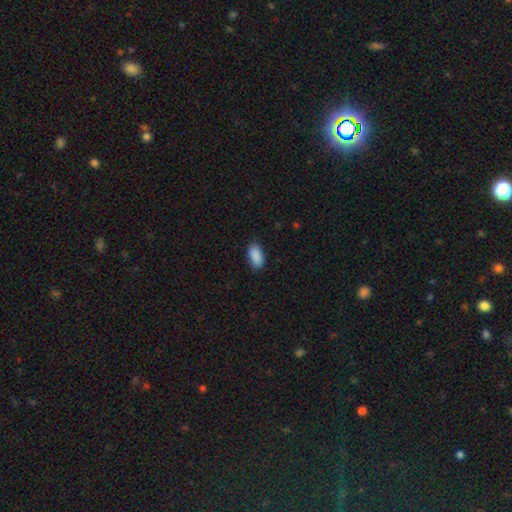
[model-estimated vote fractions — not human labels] Smooth or featured: smooth — 90% (star or artifact — 7%)
How rounded: in between — 92% (cigar-shaped — 5%)
Merging: none — 86% (minor disturbance — 11%)